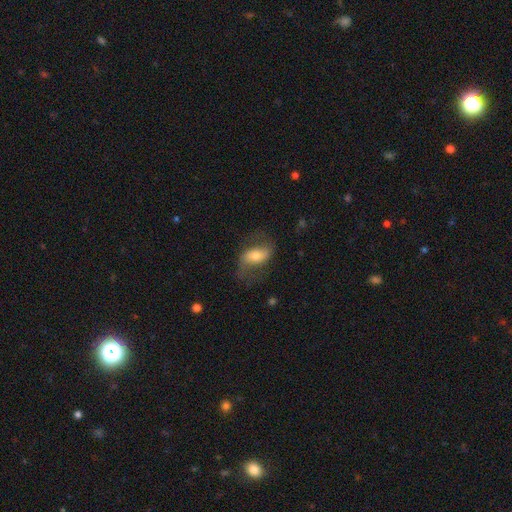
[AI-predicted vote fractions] Morphology: type=featured or disk (55%); edge-on=no (93%); bar=weak (35%); spiral arms=yes (80%); bulge=moderate (56%); merging=none (64%).